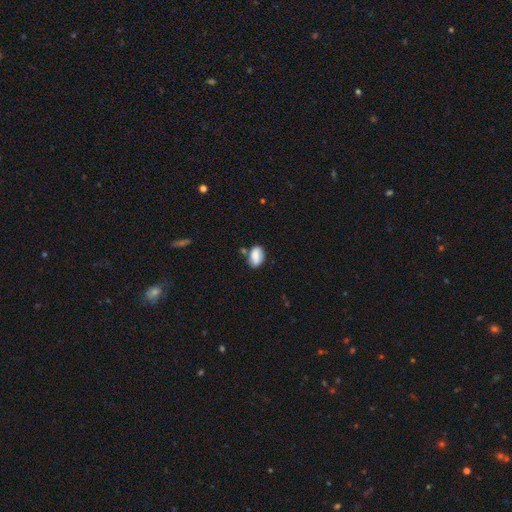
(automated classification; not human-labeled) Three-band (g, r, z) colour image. It shows a smooth galaxy with no disk features (78%) that is in between round and cigar-shaped (86%). Merging: none (66%).